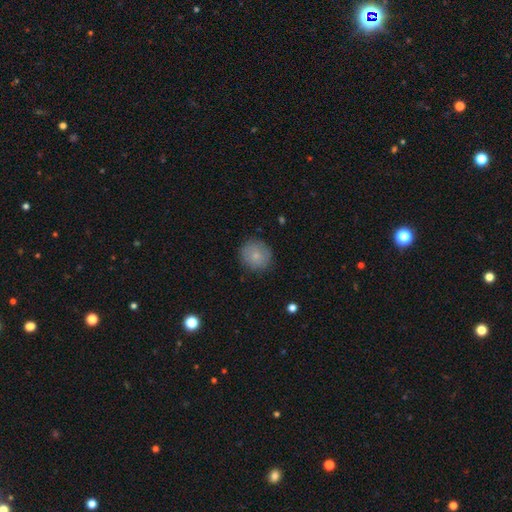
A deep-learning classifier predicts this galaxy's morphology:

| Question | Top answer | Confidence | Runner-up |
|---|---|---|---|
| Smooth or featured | smooth | 79% | featured or disk (13%) |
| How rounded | round | 87% | in between (12%) |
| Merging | none | 84% | minor disturbance (12%) |